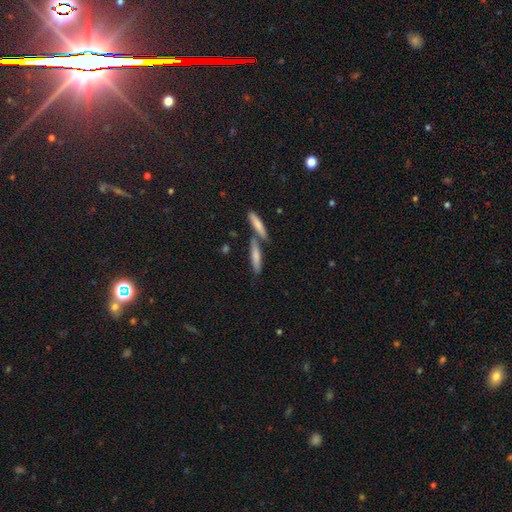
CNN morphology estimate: The model was most divided on "merging": none: 57%, merger: 29%, minor disturbance: 11%, major disturbance: 3%. More confident: how rounded — cigar-shaped (77%); smooth or featured — smooth (71%).